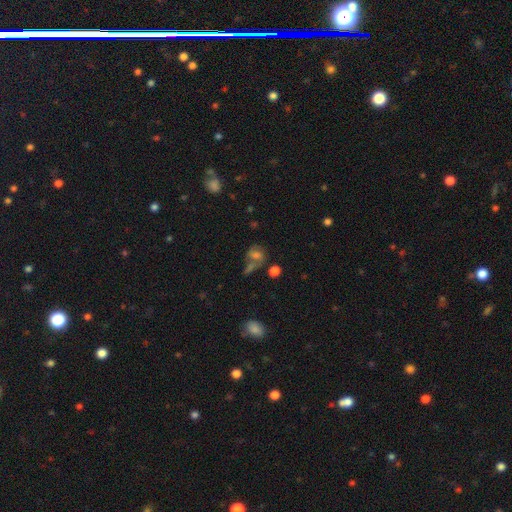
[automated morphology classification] This is possibly a smooth galaxy (47%). Merging: marginally none (44%).